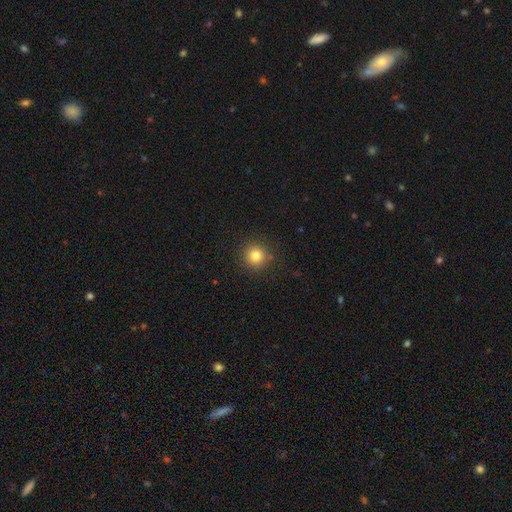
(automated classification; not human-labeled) smooth 80%, star or artifact 13%, featured or disk 7%. Down the decision tree: how rounded — round (95%); merging — none (89%).